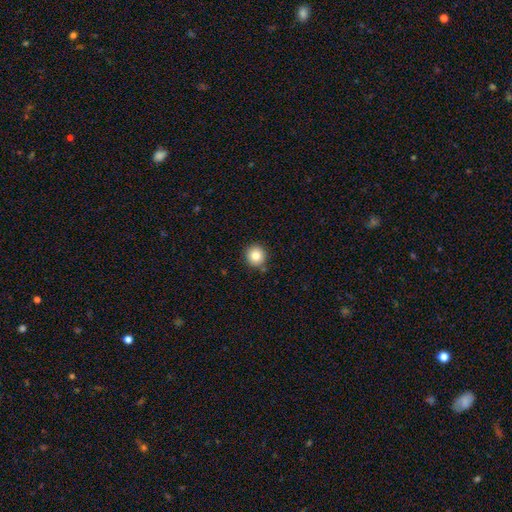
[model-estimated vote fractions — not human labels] A smooth galaxy with no disk features (83%) that is round (93%). Merging: none (85%).